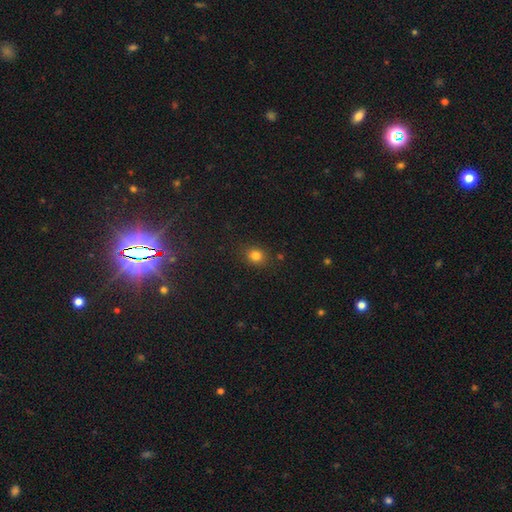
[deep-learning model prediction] smooth 80%, star or artifact 14%, featured or disk 6%. Down the decision tree: how rounded — round (67%); merging — none (85%).